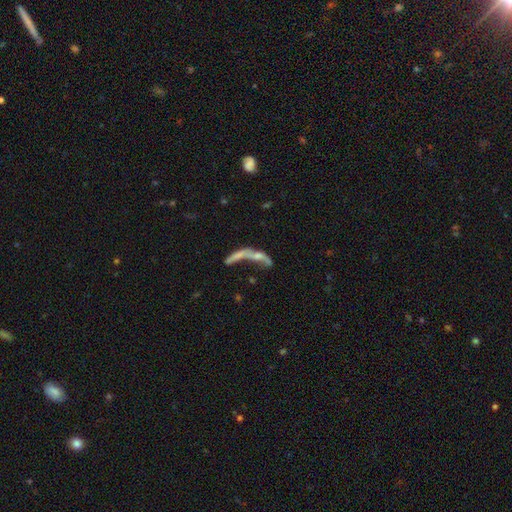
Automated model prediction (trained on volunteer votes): featured or disk 47%, smooth 39%, star or artifact 15%. Down the decision tree: merging — merger (45%).